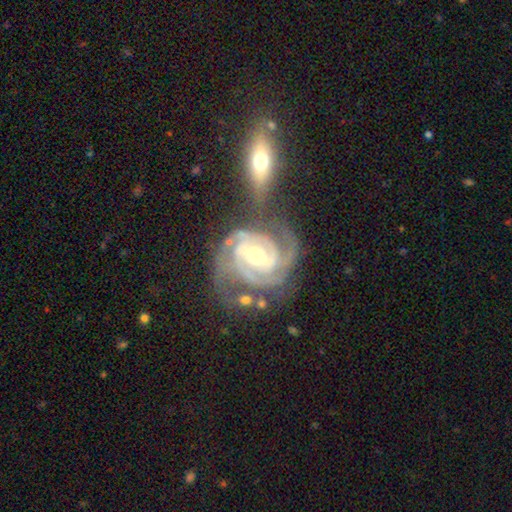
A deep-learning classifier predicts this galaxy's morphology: Q: Smooth or featured?
A: featured or disk (93%); runner-up: star or artifact (4%)
Q: Edge-on disk?
A: no (98%); runner-up: yes (2%)
Q: Bar?
A: strong (41%); tied with: weak (41%)
Q: Spiral arms?
A: yes (98%); runner-up: no (2%)
Q: Spiral winding?
A: tight (64%); runner-up: medium (32%)
Q: Spiral arm count?
A: 3 (41%); runner-up: 2 (37%)
Q: Bulge size?
A: moderate (70%); runner-up: small (21%)
Q: Merging?
A: none (50%); runner-up: merger (20%)